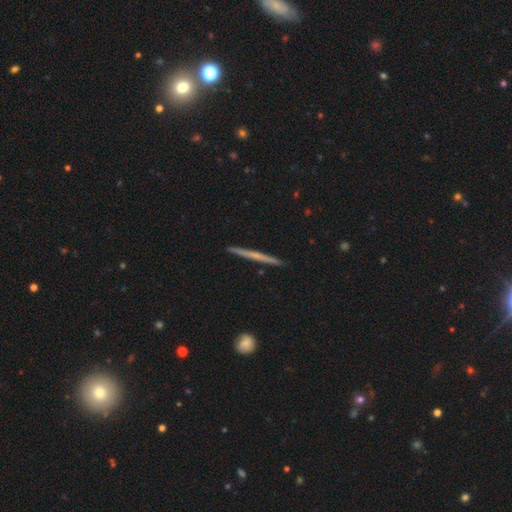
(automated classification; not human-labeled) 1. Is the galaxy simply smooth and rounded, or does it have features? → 56% featured or disk, 39% smooth, 6% star or artifact.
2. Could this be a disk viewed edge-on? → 98% yes, 2% no.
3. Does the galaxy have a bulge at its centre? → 77% none, 19% rounded, 4% boxy.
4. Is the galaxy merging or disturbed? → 92% none, 5% minor disturbance, 1% major disturbance, 1% merger.